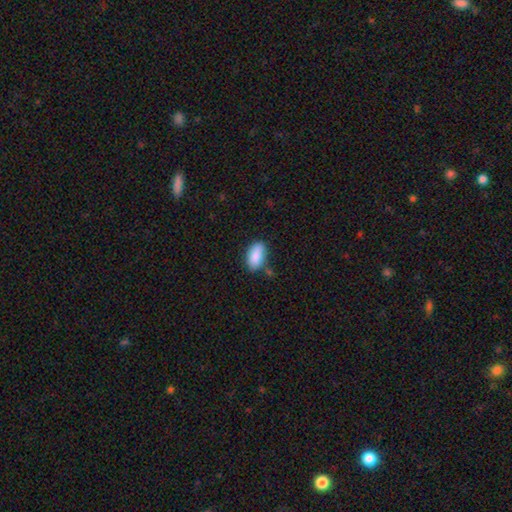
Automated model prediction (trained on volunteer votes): smooth-or-featured: smooth: 89% | star or artifact: 7% | featured or disk: 4%
  how-rounded: in between: 93% | cigar-shaped: 4% | round: 3%
  merging: none: 75% | minor disturbance: 17% | merger: 4% | major disturbance: 4%